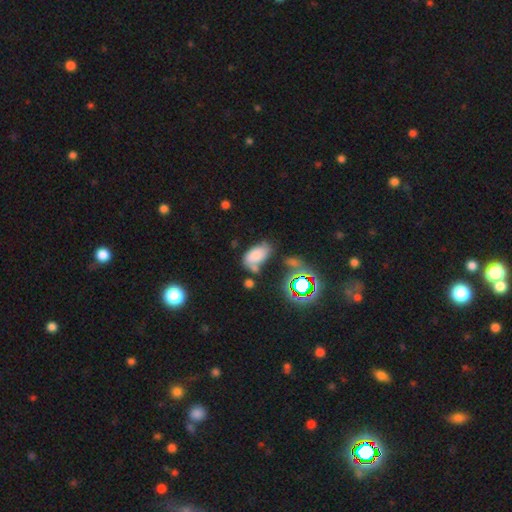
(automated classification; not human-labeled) Morphology: type=smooth (67%); roundness=in between (92%); merging=none (45%).